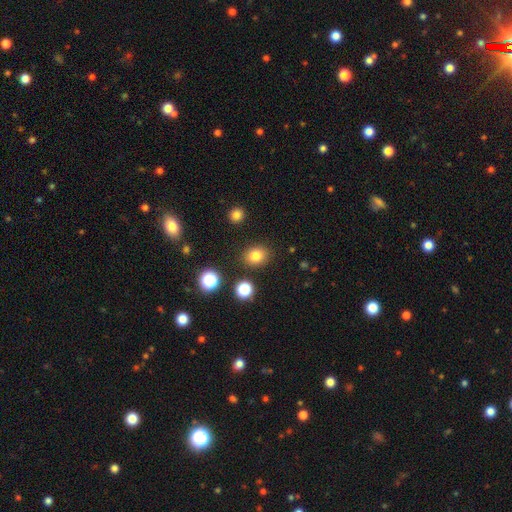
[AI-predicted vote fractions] A smooth galaxy with no disk features (80%) that is round (60%). Merging: none (86%).